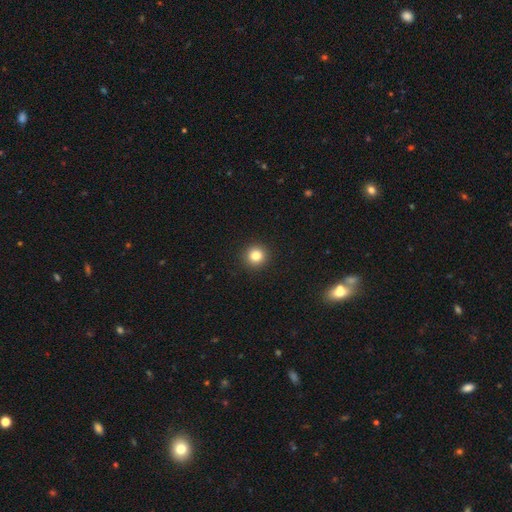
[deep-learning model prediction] smooth-or-featured: smooth: 83% | star or artifact: 11% | featured or disk: 5%
  how-rounded: round: 94% | in between: 5% | cigar-shaped: 1%
  merging: none: 93% | minor disturbance: 4% | major disturbance: 2% | merger: 1%